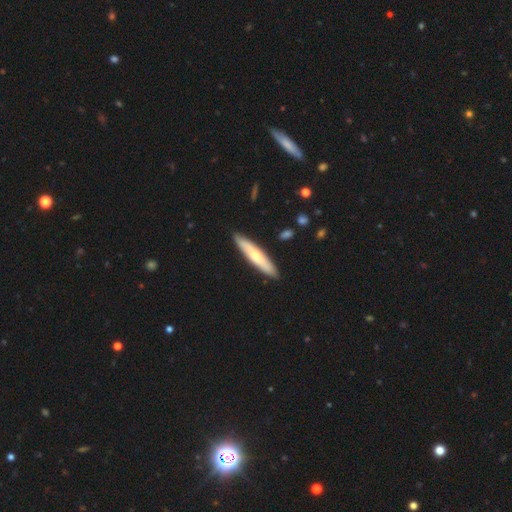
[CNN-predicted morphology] Q: Smooth or featured?
A: smooth (58%); runner-up: featured or disk (37%)
Q: How rounded?
A: cigar-shaped (86%); runner-up: in between (13%)
Q: Merging?
A: none (89%); runner-up: minor disturbance (8%)